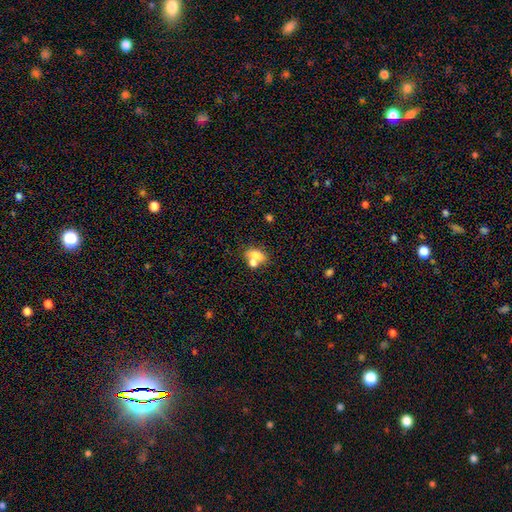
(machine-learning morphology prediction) smooth 72%, featured or disk 17%, star or artifact 11%. Down the decision tree: how rounded — in between (77%); merging — none (43%).